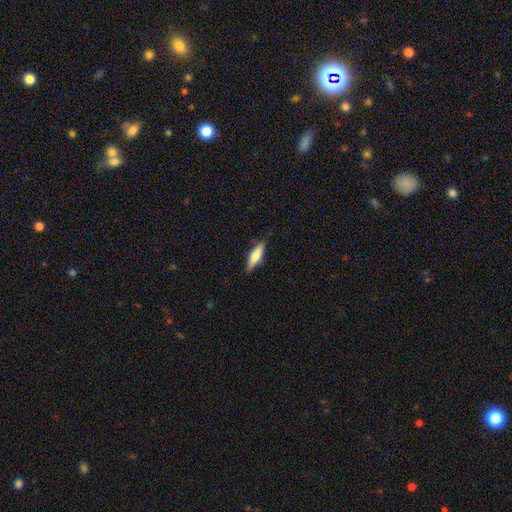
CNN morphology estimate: Smooth or featured?
  - smooth: 70% *
  - featured or disk: 24%
  - star or artifact: 6%
How rounded?
  - cigar-shaped: 55% *
  - in between: 43%
  - round: 2%
Merging?
  - none: 81% *
  - minor disturbance: 15%
  - major disturbance: 3%
  - merger: 1%